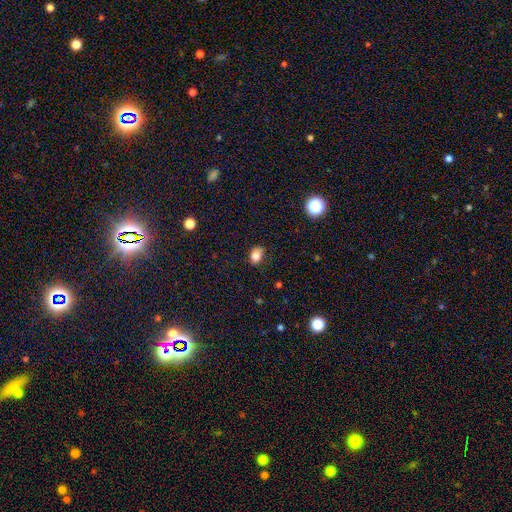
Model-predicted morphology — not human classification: Overall: smooth (82%). How rounded: in between (63%; round 36%). Merging: none (77%).